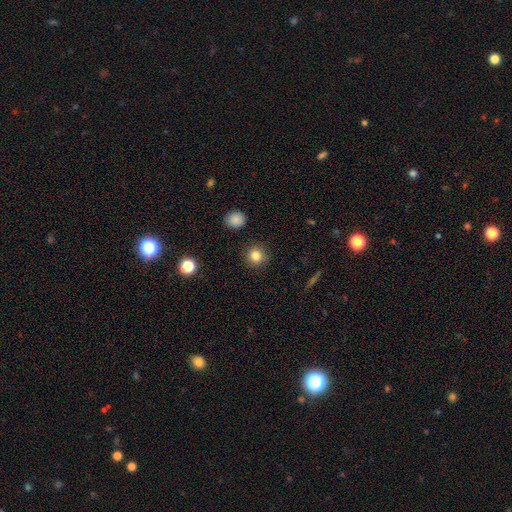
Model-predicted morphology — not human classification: Smooth or featured? Predicted: smooth (p=0.84). How rounded? Predicted: round (p=0.93). Merging? Predicted: none (p=0.89).